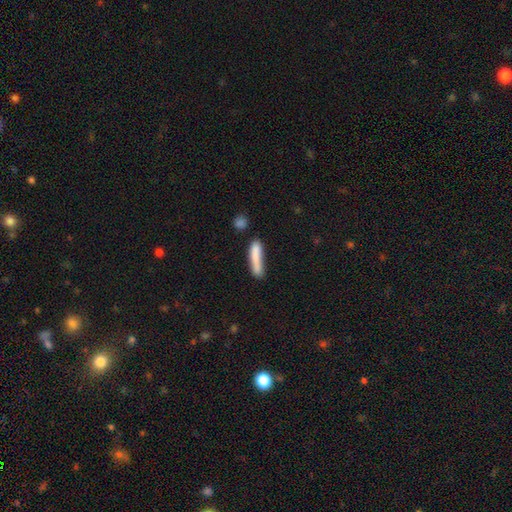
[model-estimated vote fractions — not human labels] smooth 79%, featured or disk 14%, star or artifact 6%. Down the decision tree: how rounded — cigar-shaped (86%); merging — none (59%).